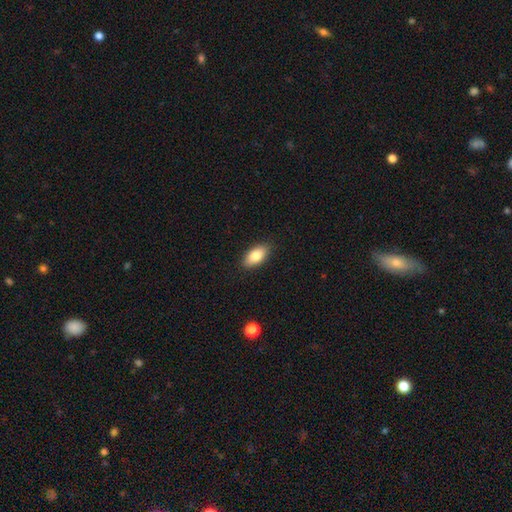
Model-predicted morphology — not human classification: This appears to be a smooth galaxy with no disk features (82%) that is in between round and cigar-shaped (91%). Merging: none (88%).